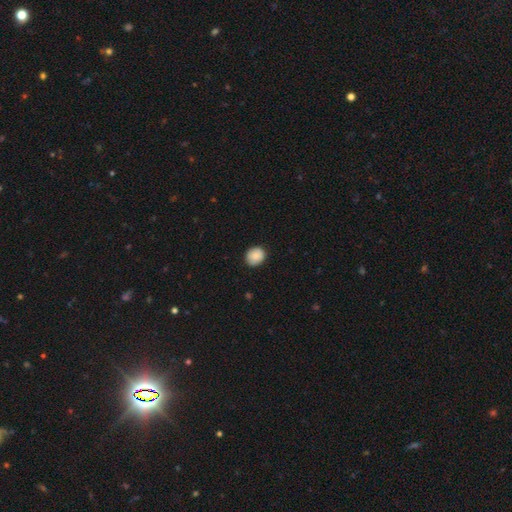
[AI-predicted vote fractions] smooth 87%, star or artifact 7%, featured or disk 6%. Down the decision tree: how rounded — round (75%); merging — none (85%).